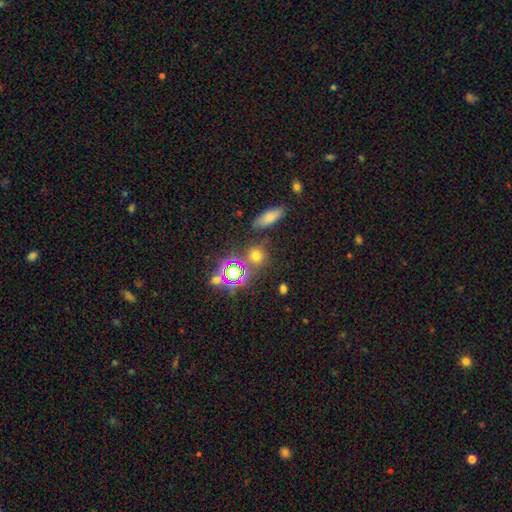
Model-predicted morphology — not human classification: The model was most divided on "smooth or featured": smooth: 60%, star or artifact: 32%, featured or disk: 8%. More confident: how rounded — round (82%); merging — none (76%).